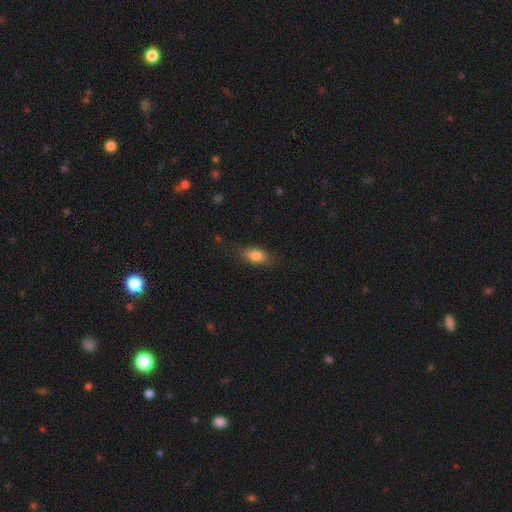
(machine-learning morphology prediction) Smooth or featured? Predicted: smooth (p=0.81). How rounded? Predicted: in between (p=0.83). Merging? Predicted: none (p=0.77).